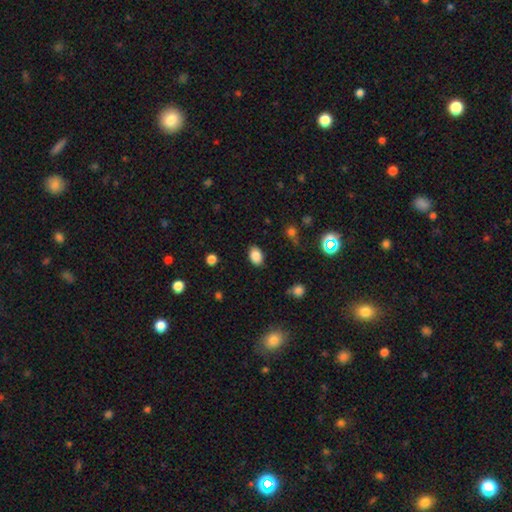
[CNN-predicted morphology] Smooth or featured? Predicted: smooth (p=0.85). How rounded? Predicted: in between (p=0.82). Merging? Predicted: none (p=0.86).